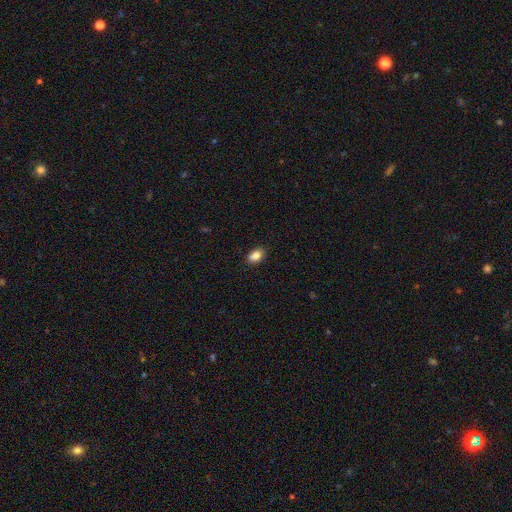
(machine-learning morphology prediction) smooth 86%, star or artifact 9%, featured or disk 6%. Down the decision tree: how rounded — in between (87%); merging — none (86%).